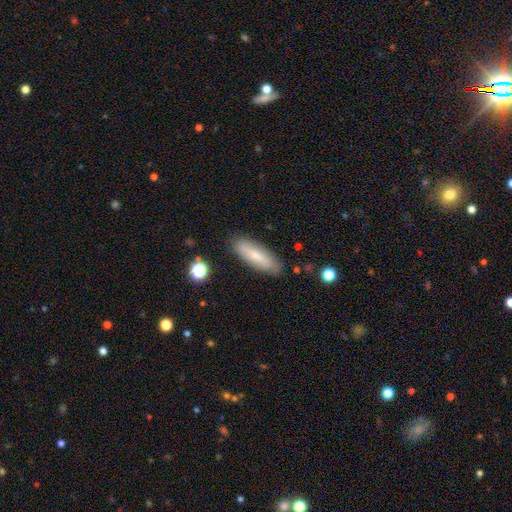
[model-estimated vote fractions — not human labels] This is likely a smooth galaxy (64%). How rounded: possibly in between (54%). Merging: clearly none (84%).